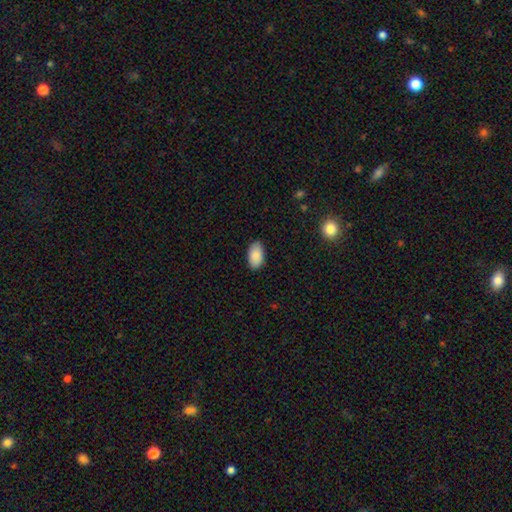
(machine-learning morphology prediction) Overall: smooth (89%). How rounded: in between (95%). Merging: none (87%).